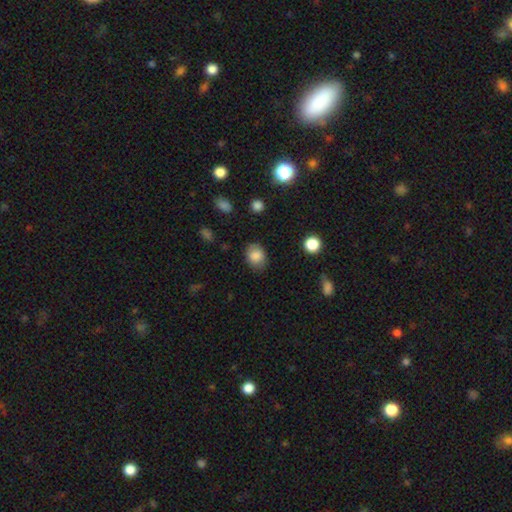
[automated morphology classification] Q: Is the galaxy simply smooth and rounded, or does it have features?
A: smooth — 84%.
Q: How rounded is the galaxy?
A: in between — 60%.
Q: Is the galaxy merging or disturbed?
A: none — 79%.